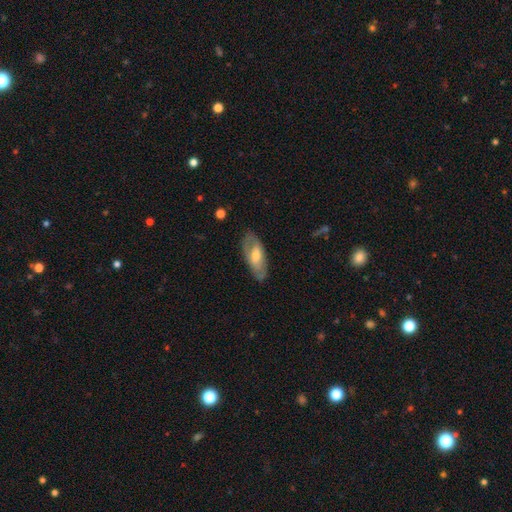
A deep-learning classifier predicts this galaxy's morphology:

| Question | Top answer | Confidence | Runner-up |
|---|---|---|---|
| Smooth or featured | featured or disk | 52% | smooth (42%) |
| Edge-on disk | no | 82% | yes (18%) |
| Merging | none | 77% | minor disturbance (17%) |